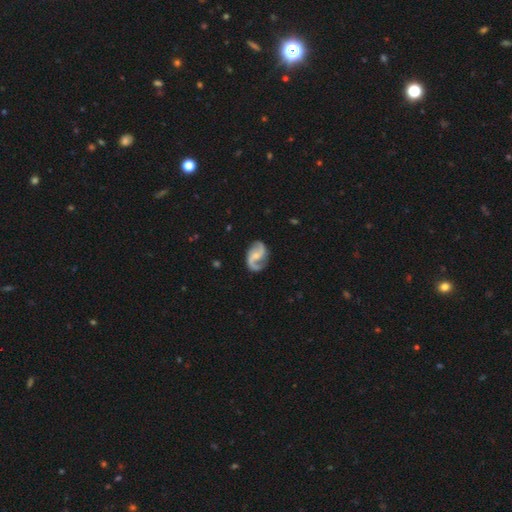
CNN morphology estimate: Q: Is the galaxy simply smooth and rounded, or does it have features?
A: featured or disk — 90%.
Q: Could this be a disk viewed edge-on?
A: no — 98%.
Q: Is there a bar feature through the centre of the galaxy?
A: no — 47%.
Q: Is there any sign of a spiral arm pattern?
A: yes — 98%.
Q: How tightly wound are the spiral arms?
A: loose — 46%.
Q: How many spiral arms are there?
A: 2 — 92%.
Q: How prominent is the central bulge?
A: small — 54%.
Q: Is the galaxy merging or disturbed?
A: none — 77%.